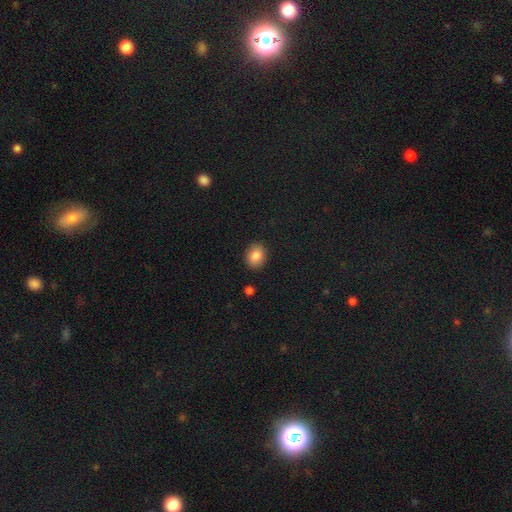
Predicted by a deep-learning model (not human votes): Q: Smooth or featured?
A: smooth (85%); runner-up: star or artifact (9%)
Q: How rounded?
A: in between (51%); runner-up: round (48%)
Q: Merging?
A: none (90%); runner-up: minor disturbance (7%)